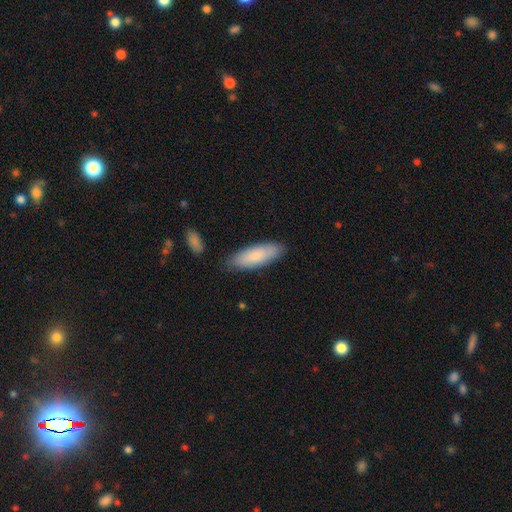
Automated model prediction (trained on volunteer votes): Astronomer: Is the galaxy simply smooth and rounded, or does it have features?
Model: smooth — 81%.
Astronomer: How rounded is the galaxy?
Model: in between — 58% (runner-up: cigar-shaped, 40%).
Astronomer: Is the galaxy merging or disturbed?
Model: none — 83%.